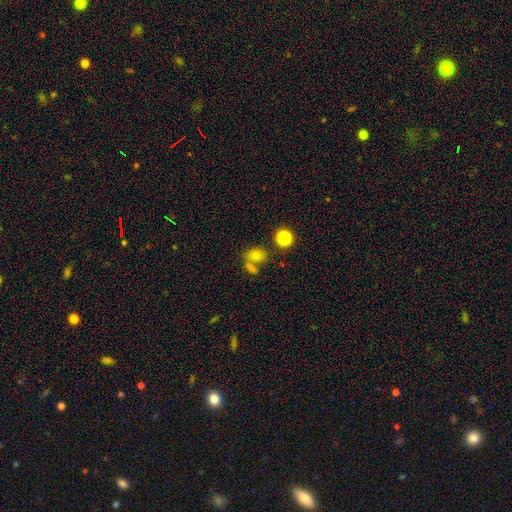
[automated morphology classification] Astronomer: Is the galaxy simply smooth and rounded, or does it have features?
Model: smooth — 71%.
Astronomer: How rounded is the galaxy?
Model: round — 53% (runner-up: in between, 46%).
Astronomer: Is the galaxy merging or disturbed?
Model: none — 49% (runner-up: merger, 34%).